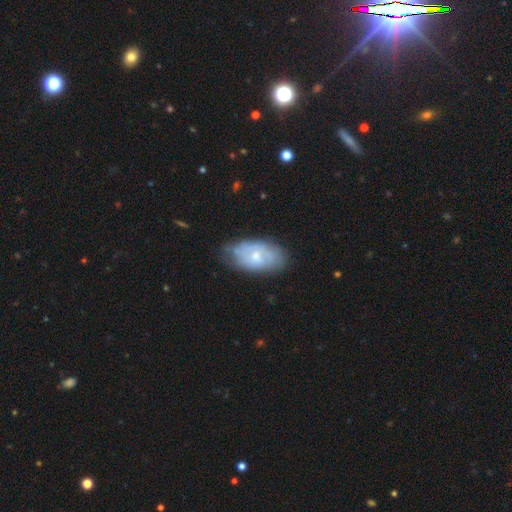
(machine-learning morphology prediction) smooth-or-featured: featured or disk: 54% | smooth: 40% | star or artifact: 6%
  disk-edge-on: no: 93% | yes: 7%
    bar: no: 73% | weak: 23% | strong: 3%
    has-spiral-arms: yes: 58% | no: 42%
    bulge-size: small: 50% | moderate: 44% | none: 3% | large: 2% | dominant: 1%
  merging: none: 61% | minor disturbance: 29% | major disturbance: 8% | merger: 3%